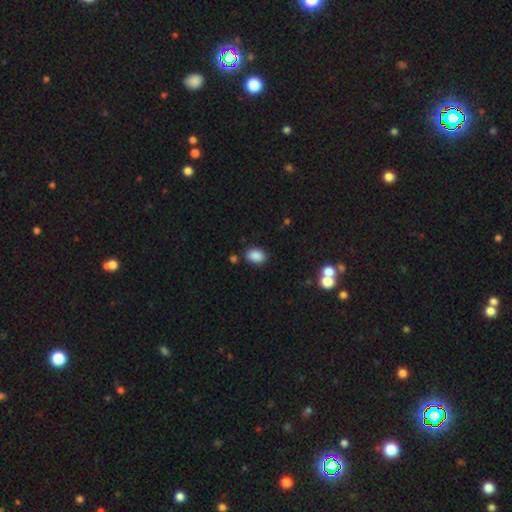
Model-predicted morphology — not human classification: smooth 87%, star or artifact 9%, featured or disk 4%. Down the decision tree: how rounded — in between (78%); merging — none (83%).